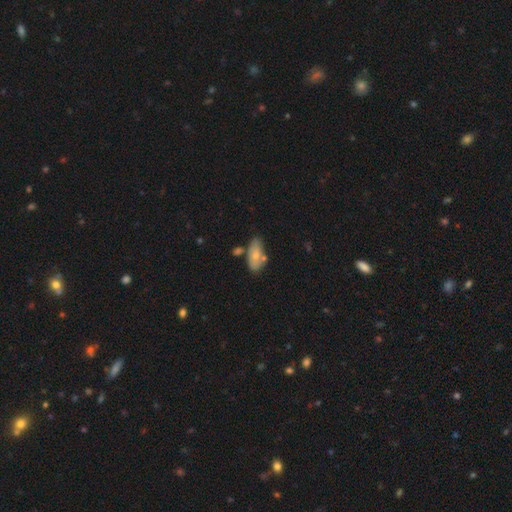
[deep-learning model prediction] A smooth galaxy with no disk features (73%) that is in between round and cigar-shaped (88%).

Vote fractions:
- Smooth or featured? smooth: 73% / featured or disk: 21% / star or artifact: 6%
- How rounded? in between: 88% / cigar-shaped: 9% / round: 3%
- Merging? none: 63% / minor disturbance: 19% / merger: 14% / major disturbance: 5%